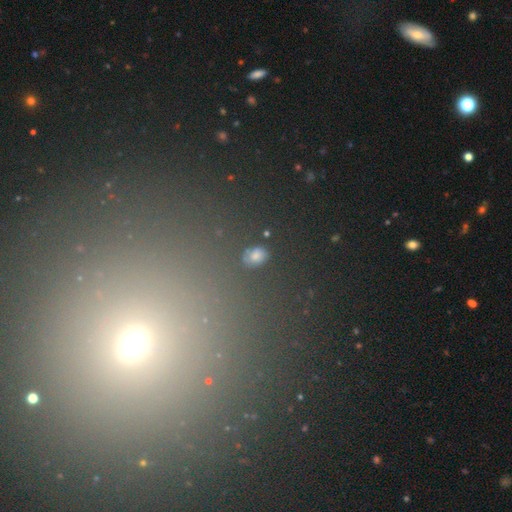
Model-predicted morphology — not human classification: smooth_or_featured: smooth (p=0.70) [alt: star or artifact p=0.22]
how_rounded: in between (p=0.63) [alt: round p=0.34]
merging: none (p=0.82) [alt: minor disturbance p=0.10]